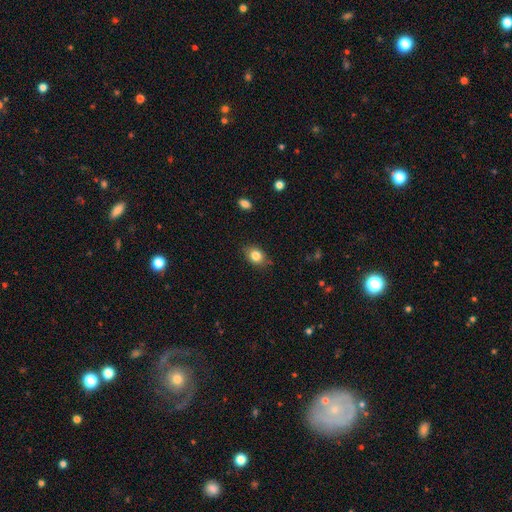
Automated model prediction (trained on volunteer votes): This appears to be a smooth galaxy with no disk features (83%) that is in between round and cigar-shaped (66%). Merging: none (81%).